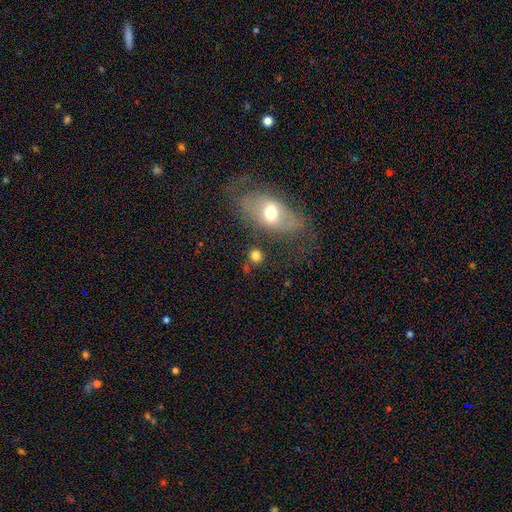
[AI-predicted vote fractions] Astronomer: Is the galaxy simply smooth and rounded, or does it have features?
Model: smooth — 74%.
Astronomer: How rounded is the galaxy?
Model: round — 77%.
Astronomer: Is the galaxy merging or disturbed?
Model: none — 77%.